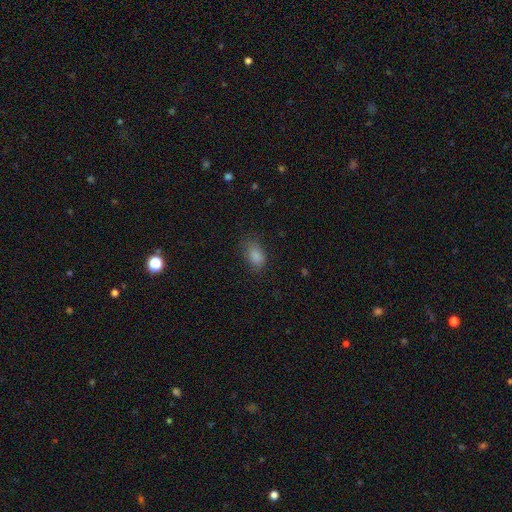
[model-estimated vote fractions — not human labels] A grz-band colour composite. It shows a smooth galaxy with no disk features (85%) that is in between round and cigar-shaped (85%). Merging: none (70%).